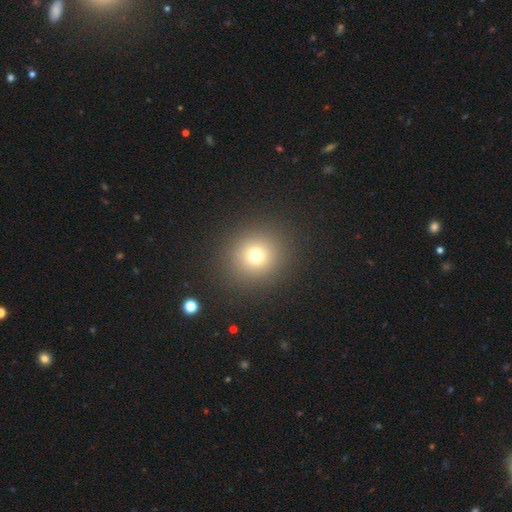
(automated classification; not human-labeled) smooth_or_featured: smooth (p=0.73) [alt: star or artifact p=0.18]
how_rounded: round (p=0.90) [alt: in between p=0.09]
merging: none (p=0.89) [alt: minor disturbance p=0.06]